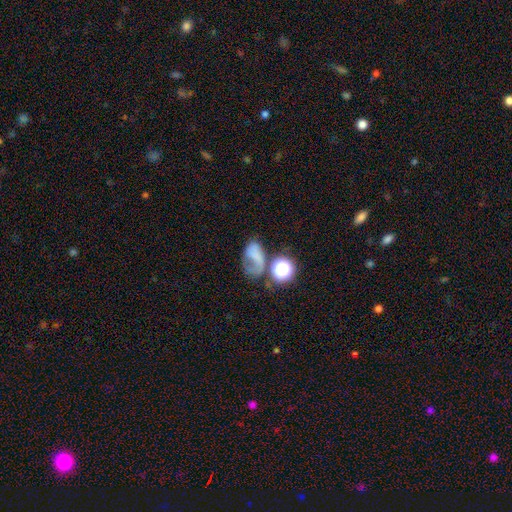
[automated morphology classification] This appears to be a smooth galaxy with no disk features (51%) that is in between round and cigar-shaped (72%). Merging: major disturbance (35%).